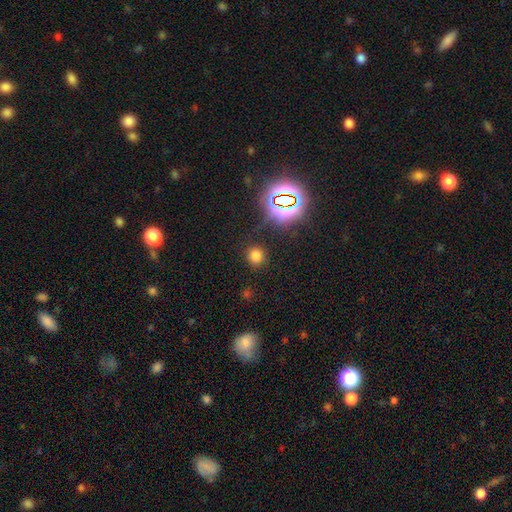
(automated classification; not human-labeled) smooth 72%, star or artifact 22%, featured or disk 6%. Down the decision tree: how rounded — round (87%); merging — none (87%).